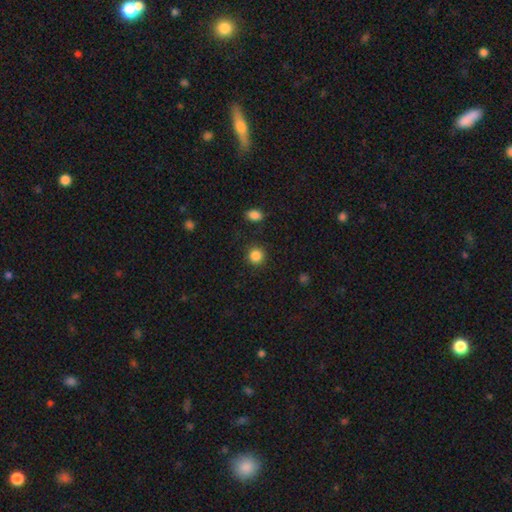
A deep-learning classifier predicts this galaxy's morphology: Smooth or featured?
  - smooth: 86% *
  - star or artifact: 11%
  - featured or disk: 3%
How rounded?
  - round: 92% *
  - in between: 7%
  - cigar-shaped: 1%
Merging?
  - none: 90% *
  - minor disturbance: 6%
  - major disturbance: 2%
  - merger: 2%